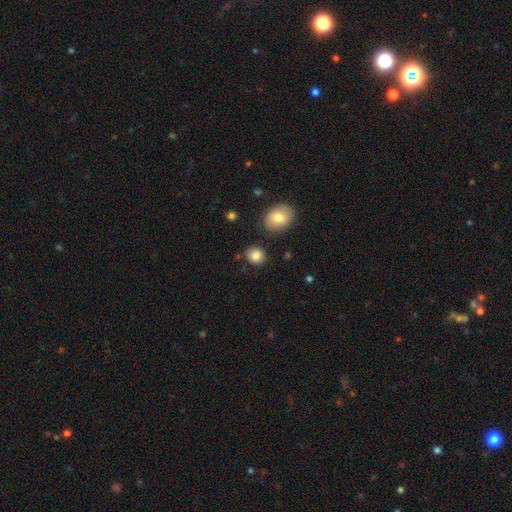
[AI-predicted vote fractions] smooth_or_featured: smooth (p=0.85) [alt: star or artifact p=0.09]
how_rounded: round (p=0.72) [alt: in between p=0.27]
merging: none (p=0.84) [alt: minor disturbance p=0.10]